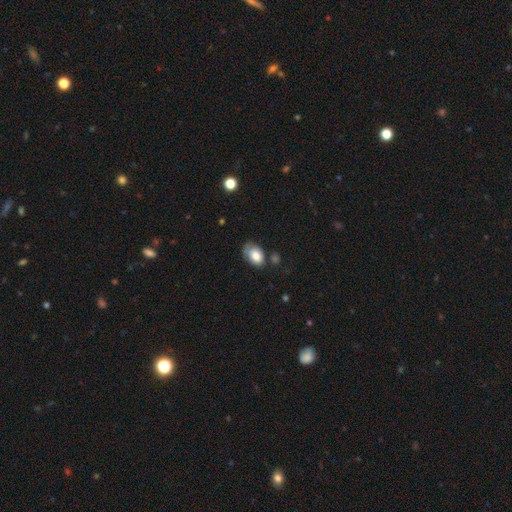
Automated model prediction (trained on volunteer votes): smooth-or-featured: smooth: 81% | featured or disk: 12% | star or artifact: 7%
  how-rounded: in between: 86% | round: 13% | cigar-shaped: 1%
  merging: none: 45% | minor disturbance: 36% | major disturbance: 13% | merger: 7%